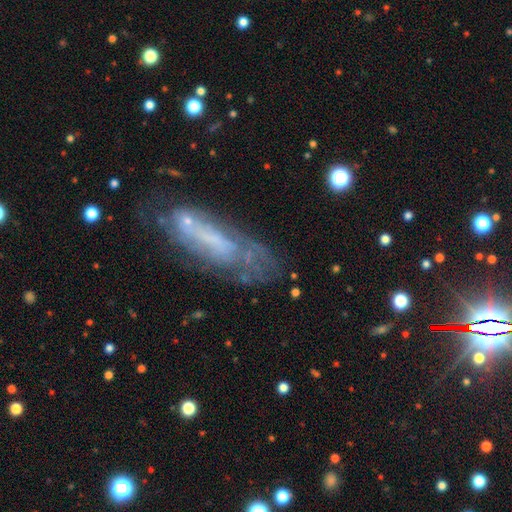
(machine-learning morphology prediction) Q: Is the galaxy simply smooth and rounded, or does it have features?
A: featured or disk — 57%.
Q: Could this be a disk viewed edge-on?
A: no — 79%.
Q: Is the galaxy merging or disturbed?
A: none — 43%.